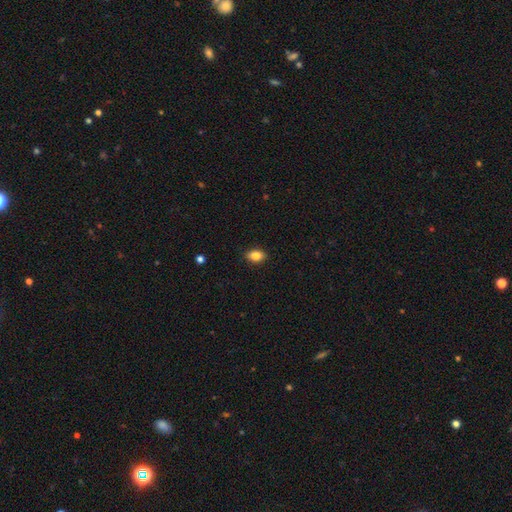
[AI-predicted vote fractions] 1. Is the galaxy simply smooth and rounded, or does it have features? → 84% smooth, 9% star or artifact, 7% featured or disk.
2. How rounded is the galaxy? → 84% in between, 14% round, 3% cigar-shaped.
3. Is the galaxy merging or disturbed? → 88% none, 9% minor disturbance, 2% major disturbance, 1% merger.